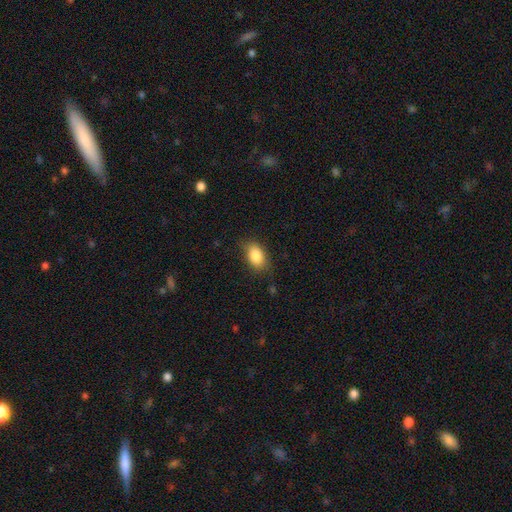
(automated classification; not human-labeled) Q: Smooth or featured?
A: smooth (86%); runner-up: star or artifact (8%)
Q: How rounded?
A: in between (88%); runner-up: round (10%)
Q: Merging?
A: none (79%); runner-up: minor disturbance (16%)